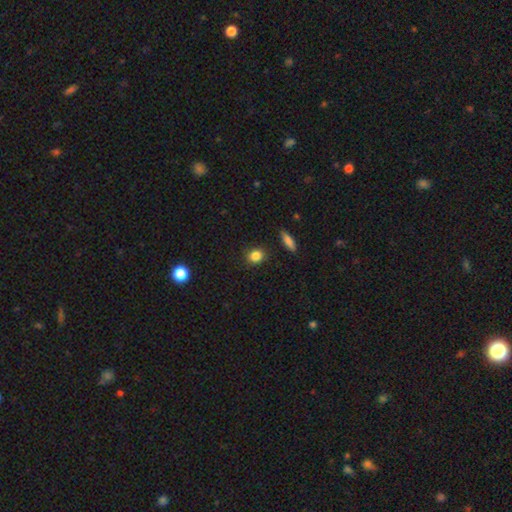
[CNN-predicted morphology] type=smooth (85%); roundness=round (75%); merging=none (88%).